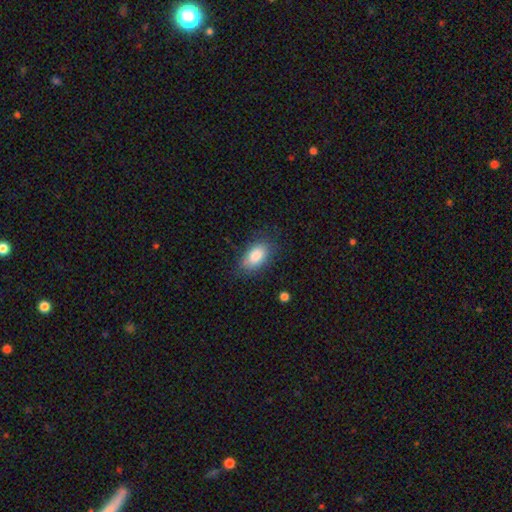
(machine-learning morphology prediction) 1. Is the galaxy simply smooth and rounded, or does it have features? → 85% smooth, 8% featured or disk, 7% star or artifact.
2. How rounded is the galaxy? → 92% in between, 6% round, 2% cigar-shaped.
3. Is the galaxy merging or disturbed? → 77% none, 16% minor disturbance, 5% major disturbance, 1% merger.